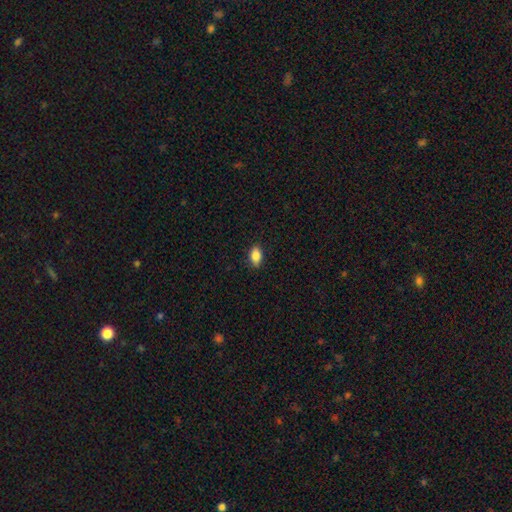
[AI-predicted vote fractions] Smooth or featured? Predicted: smooth (p=0.85). How rounded? Predicted: in between (p=0.85). Merging? Predicted: none (p=0.86).